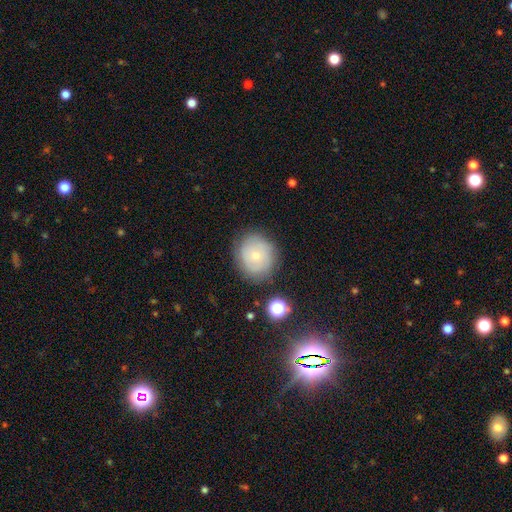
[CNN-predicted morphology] smooth 58%, featured or disk 32%, star or artifact 10%. Down the decision tree: how rounded — round (84%); merging — none (79%).